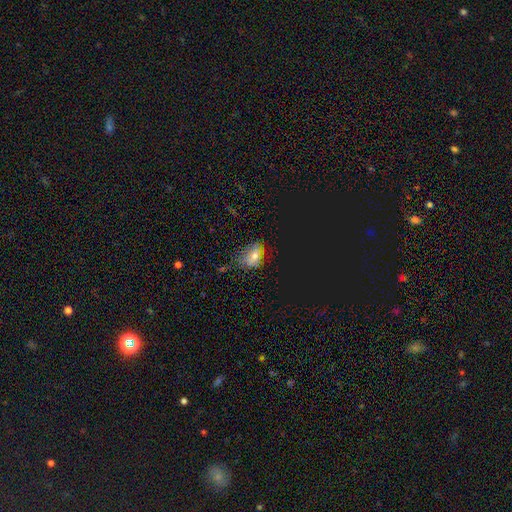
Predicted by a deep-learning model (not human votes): Smooth or featured? smooth (49%)
Merging? none (59%)